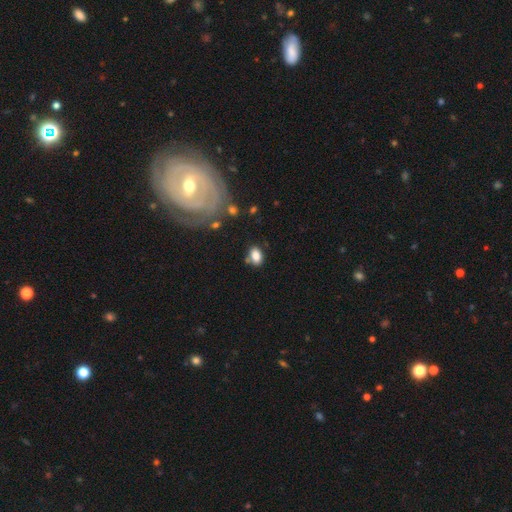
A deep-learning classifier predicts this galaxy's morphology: Overall: smooth (83%). How rounded: in between (84%). Merging: none (72%).